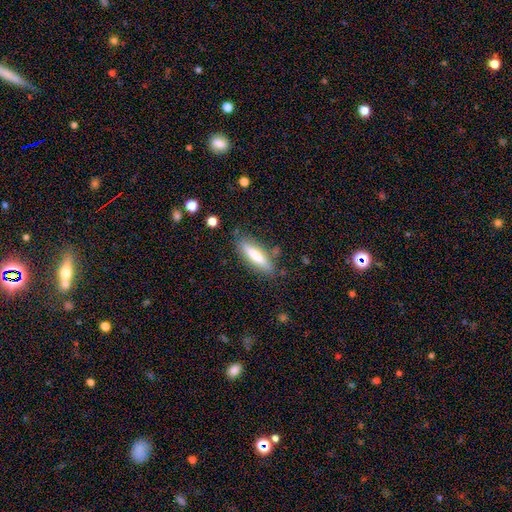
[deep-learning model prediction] Morphology: type=smooth (67%); roundness=cigar-shaped (66%); merging=none (80%).